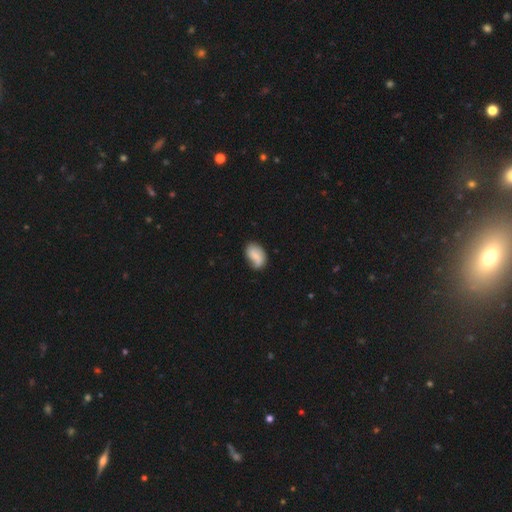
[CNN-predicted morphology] This is likely a smooth galaxy (66%). How rounded: clearly in between (89%). Merging: possibly none (59%).